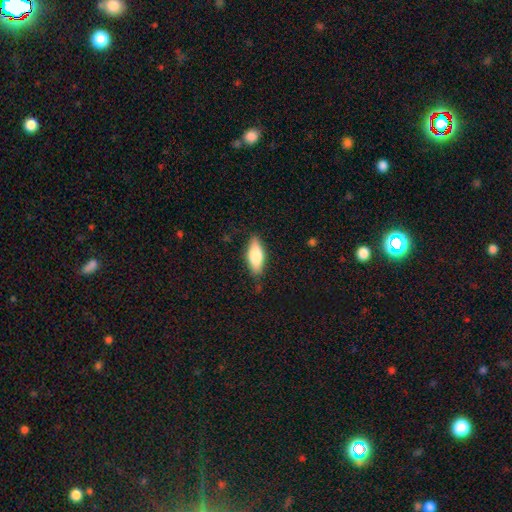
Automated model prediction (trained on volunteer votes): A smooth galaxy with no disk features (74%) that is in between round and cigar-shaped (73%). Merging: none (81%).